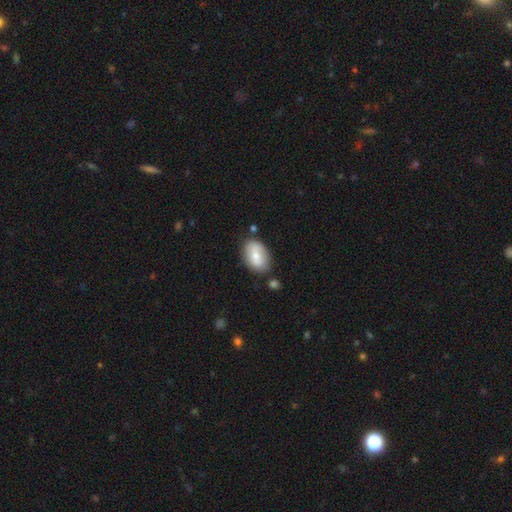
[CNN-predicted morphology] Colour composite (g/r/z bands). It shows a smooth galaxy with no disk features (69%) that is in between round and cigar-shaped (89%). Merging: none (73%).